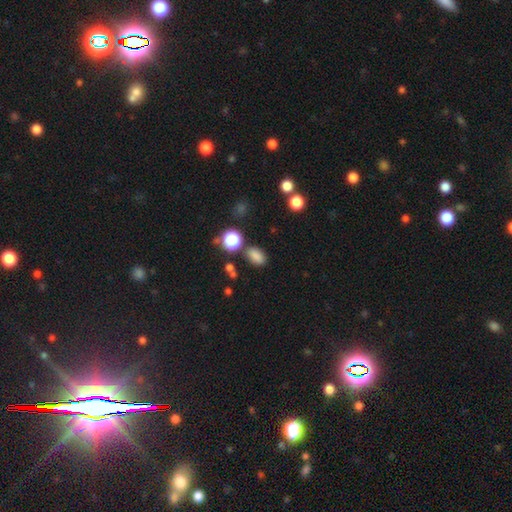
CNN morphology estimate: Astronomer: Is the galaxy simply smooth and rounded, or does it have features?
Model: smooth — 79%.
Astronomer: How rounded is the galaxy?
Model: in between — 80%.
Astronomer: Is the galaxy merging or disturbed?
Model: none — 78%.